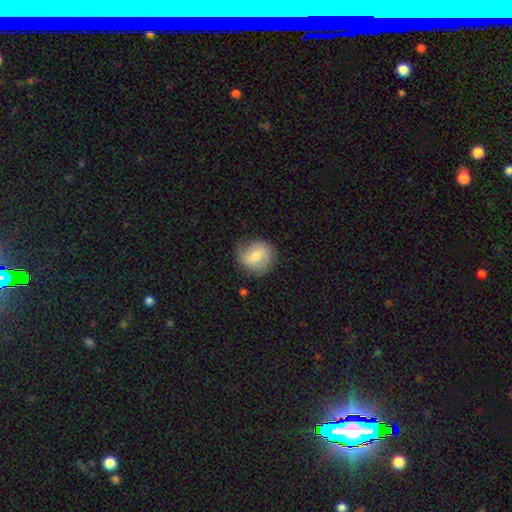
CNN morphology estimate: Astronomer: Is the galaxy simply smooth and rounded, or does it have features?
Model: smooth — 54% (runner-up: featured or disk, 39%).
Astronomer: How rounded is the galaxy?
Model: round — 80%.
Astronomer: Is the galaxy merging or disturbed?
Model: none — 72%.